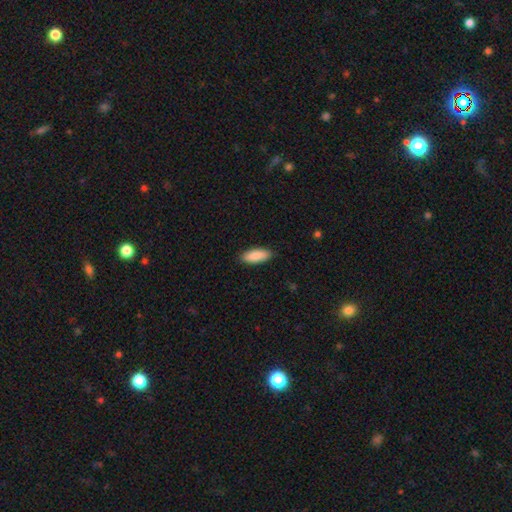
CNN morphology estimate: smooth 89%, star or artifact 6%, featured or disk 5%. Down the decision tree: how rounded — in between (78%); merging — none (89%).